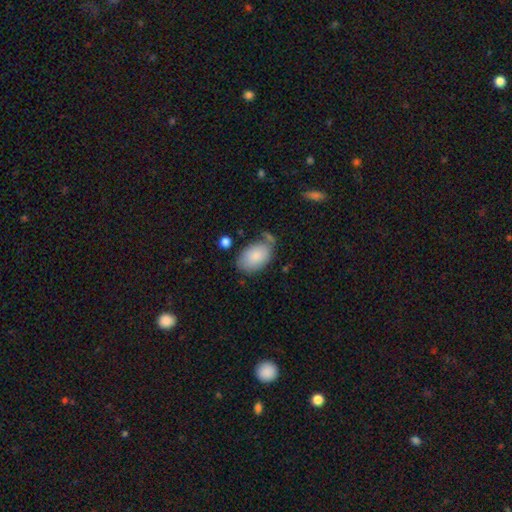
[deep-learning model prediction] This is clearly a smooth galaxy (85%). How rounded: clearly in between (91%). Merging: possibly none (60%).